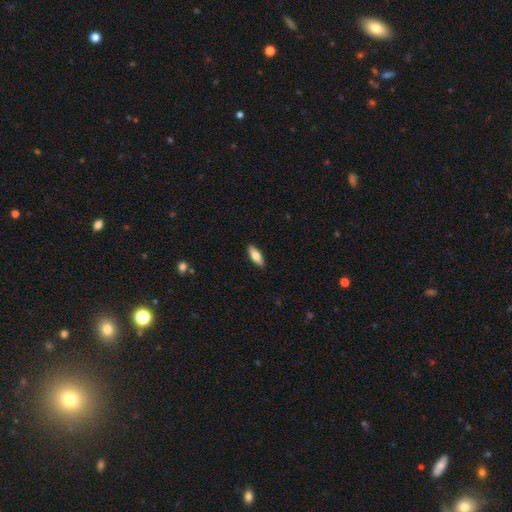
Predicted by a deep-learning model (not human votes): A smooth galaxy with no disk features (71%) that is in between round and cigar-shaped (67%). Merging: none (90%).